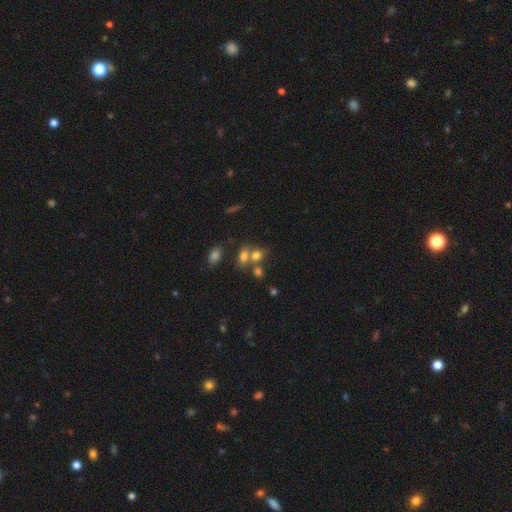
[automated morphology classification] Smooth or featured: smooth — 71% (star or artifact — 16%)
How rounded: in between — 49% (round — 48%)
Merging: merger — 47% (none — 38%)